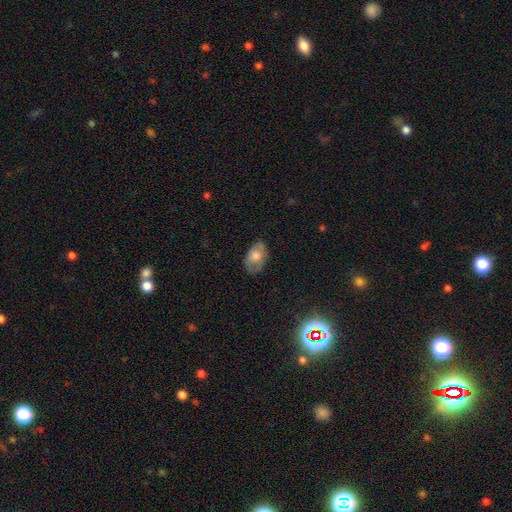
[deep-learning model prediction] The model was most divided on "smooth or featured": smooth: 62%, featured or disk: 30%, star or artifact: 7%. More confident: how rounded — in between (88%); merging — none (74%).